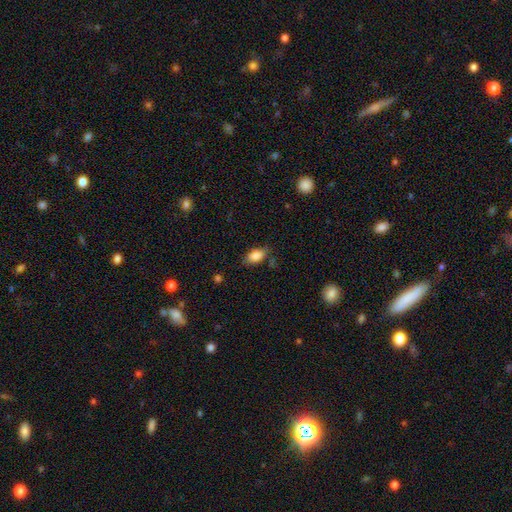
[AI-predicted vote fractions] Smooth or featured: smooth — 85% (star or artifact — 8%)
How rounded: in between — 90% (round — 7%)
Merging: none — 73% (minor disturbance — 20%)